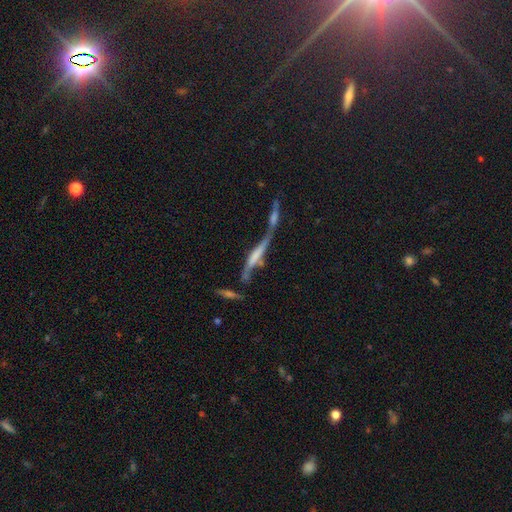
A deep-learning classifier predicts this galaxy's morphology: type=featured or disk (53%); edge-on=yes (70%); merging=merger (62%).